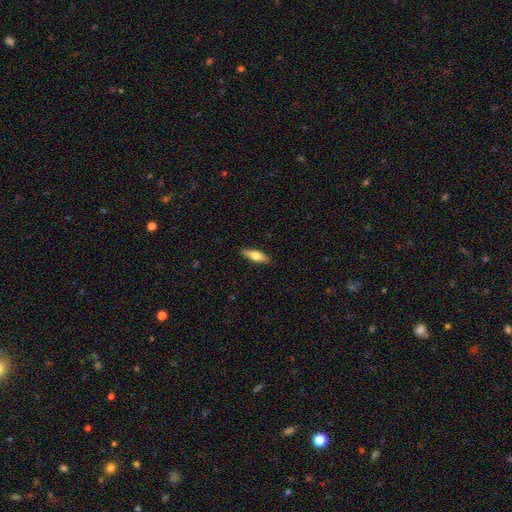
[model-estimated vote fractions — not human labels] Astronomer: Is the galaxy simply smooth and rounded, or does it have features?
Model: smooth — 62%.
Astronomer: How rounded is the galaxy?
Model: in between — 50% (runner-up: cigar-shaped, 47%).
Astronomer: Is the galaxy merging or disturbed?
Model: none — 88%.